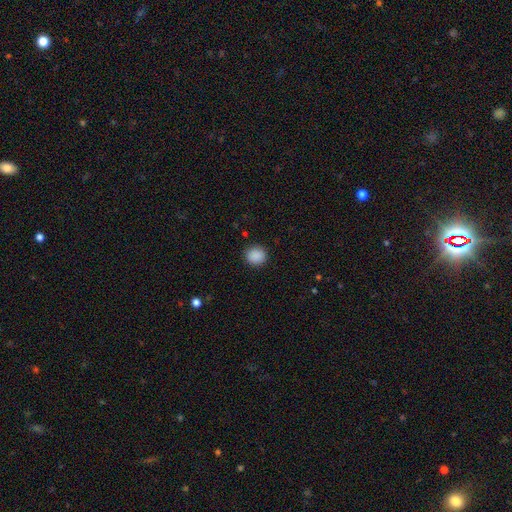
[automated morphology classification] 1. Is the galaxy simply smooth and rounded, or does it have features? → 89% smooth, 9% star or artifact, 2% featured or disk.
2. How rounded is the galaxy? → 87% round, 12% in between, 1% cigar-shaped.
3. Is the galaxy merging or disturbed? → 90% none, 7% minor disturbance, 2% major disturbance, 1% merger.